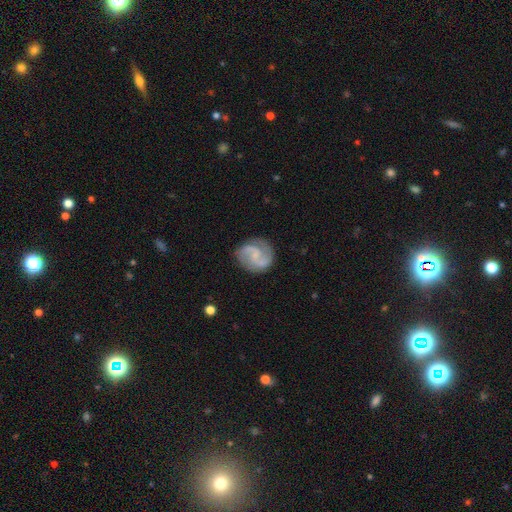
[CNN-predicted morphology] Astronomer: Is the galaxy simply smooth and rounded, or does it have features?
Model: featured or disk — 83%.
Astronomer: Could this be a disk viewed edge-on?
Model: no — 98%.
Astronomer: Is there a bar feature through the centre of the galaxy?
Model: weak — 46% (runner-up: no, 45%).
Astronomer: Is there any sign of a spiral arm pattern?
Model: yes — 96%.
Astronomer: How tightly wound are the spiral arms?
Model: medium — 51% (runner-up: loose, 33%).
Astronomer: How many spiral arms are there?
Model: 2 — 91%.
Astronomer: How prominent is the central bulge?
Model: small — 58%.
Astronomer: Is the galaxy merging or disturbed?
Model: none — 81%.